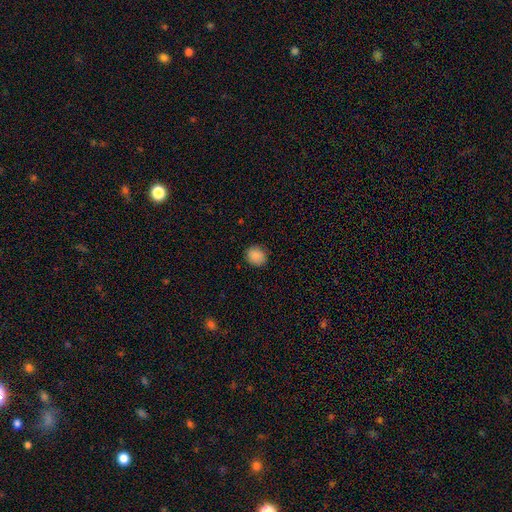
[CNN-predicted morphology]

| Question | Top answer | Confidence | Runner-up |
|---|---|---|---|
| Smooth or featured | smooth | 88% | star or artifact (8%) |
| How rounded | round | 69% | in between (30%) |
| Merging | none | 88% | minor disturbance (9%) |